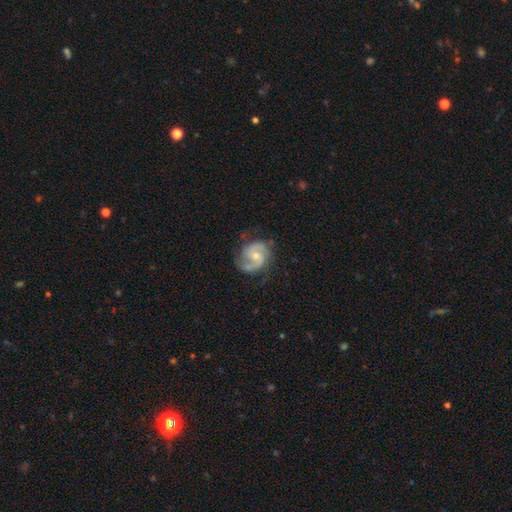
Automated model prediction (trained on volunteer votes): Smooth or featured: featured or disk — 85% (smooth — 10%)
Edge-on disk: no — 98% (yes — 2%)
Bar: no — 54% (weak — 39%)
Spiral arms: yes — 97% (no — 3%)
Spiral winding: medium — 54% (tight — 27%)
Spiral arm count: 2 — 85% (can't tell — 5%)
Bulge size: small — 52% (moderate — 43%)
Merging: none — 72% (minor disturbance — 19%)